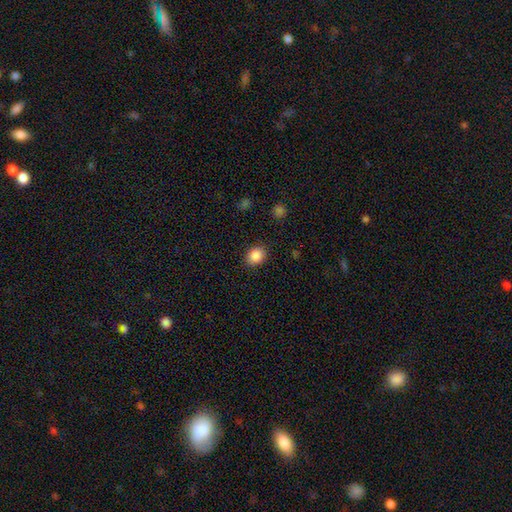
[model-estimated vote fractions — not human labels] Smooth or featured: smooth — 87% (star or artifact — 9%)
How rounded: round — 56% (in between — 43%)
Merging: none — 87% (minor disturbance — 9%)